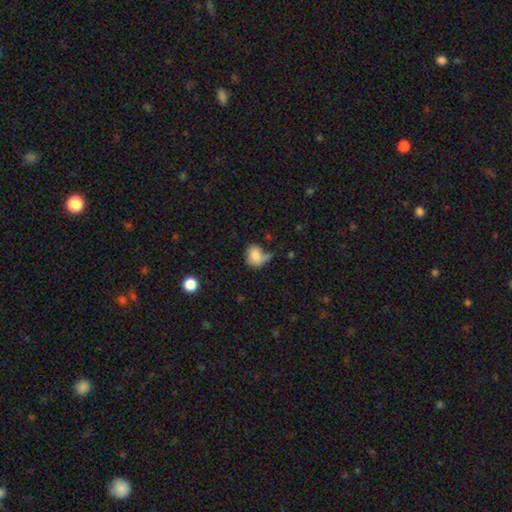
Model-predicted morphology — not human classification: A smooth galaxy with no disk features (78%) that is in between round and cigar-shaped (53%).

Vote fractions:
- Smooth or featured? smooth: 78% / featured or disk: 13% / star or artifact: 9%
- How rounded? in between: 53% / round: 45% / cigar-shaped: 1%
- Merging? none: 34% / minor disturbance: 26% / major disturbance: 25% / merger: 14%